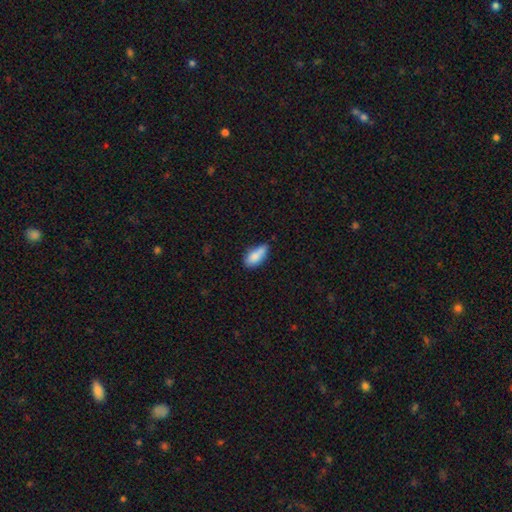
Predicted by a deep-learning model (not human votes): Q: Smooth or featured?
A: smooth (82%); runner-up: featured or disk (10%)
Q: How rounded?
A: in between (77%); runner-up: cigar-shaped (20%)
Q: Merging?
A: none (55%); runner-up: minor disturbance (33%)